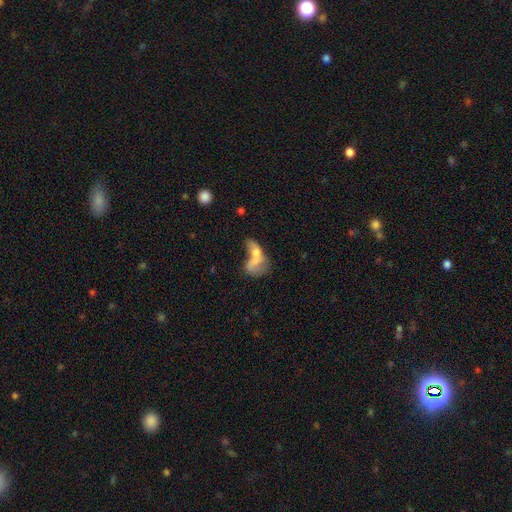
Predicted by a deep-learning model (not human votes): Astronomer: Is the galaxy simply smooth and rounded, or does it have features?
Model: smooth — 54% (runner-up: featured or disk, 36%).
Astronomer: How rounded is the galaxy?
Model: in between — 79%.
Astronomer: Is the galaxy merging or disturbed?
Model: merger — 66%.